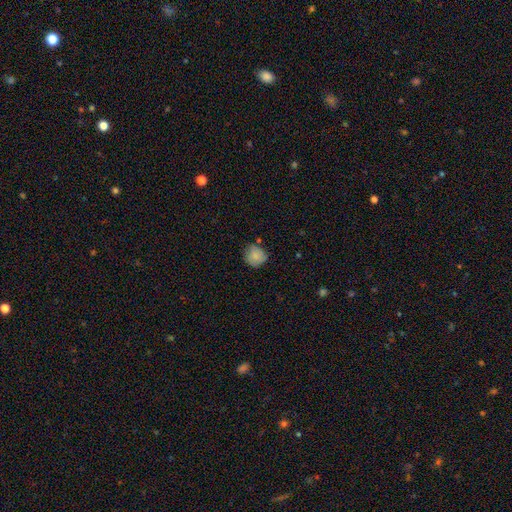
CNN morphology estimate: Smooth or featured: smooth — 83% (featured or disk — 9%)
How rounded: round — 88% (in between — 11%)
Merging: none — 72% (minor disturbance — 21%)